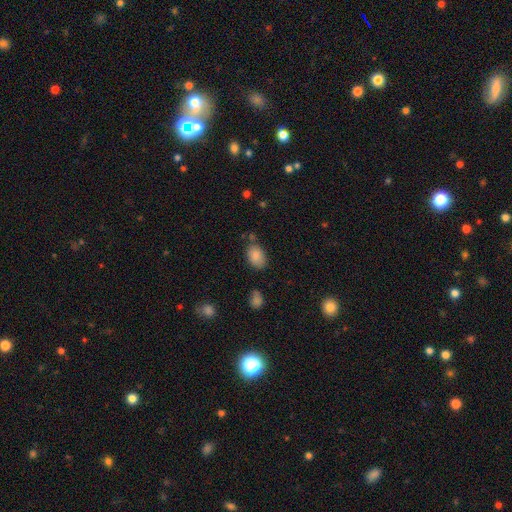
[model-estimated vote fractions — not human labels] smooth_or_featured: smooth (p=0.85) [alt: star or artifact p=0.09]
how_rounded: in between (p=0.86) [alt: round p=0.13]
merging: none (p=0.69) [alt: minor disturbance p=0.20]